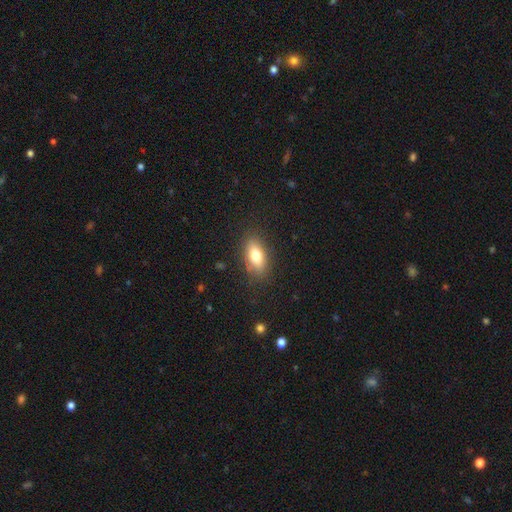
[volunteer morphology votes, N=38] type=smooth (84%); roundness=in between (75%); merging=none (81%).